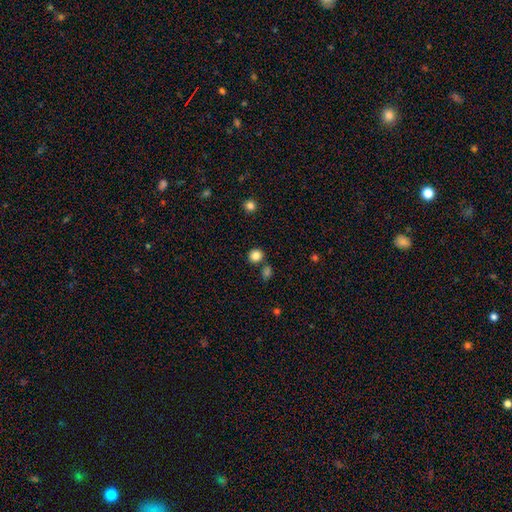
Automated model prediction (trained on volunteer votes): smooth_or_featured: smooth (p=0.84) [alt: star or artifact p=0.12]
how_rounded: round (p=0.87) [alt: in between p=0.12]
merging: none (p=0.80) [alt: merger p=0.10]